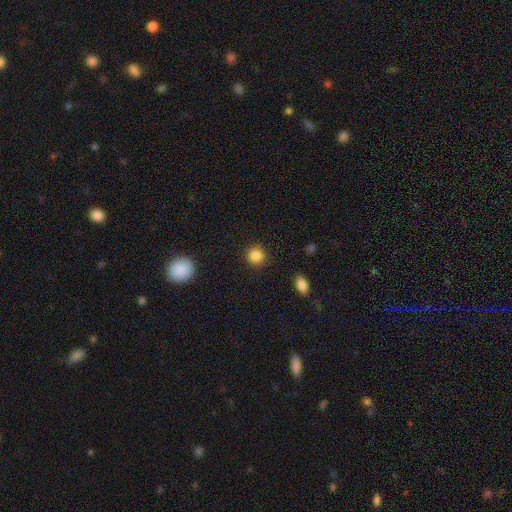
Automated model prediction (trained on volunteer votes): A smooth galaxy with no disk features (86%) that is round (93%).

Vote fractions:
- Smooth or featured? smooth: 86% / star or artifact: 10% / featured or disk: 4%
- How rounded? round: 93% / in between: 6% / cigar-shaped: 1%
- Merging? none: 90% / minor disturbance: 6% / major disturbance: 2% / merger: 1%